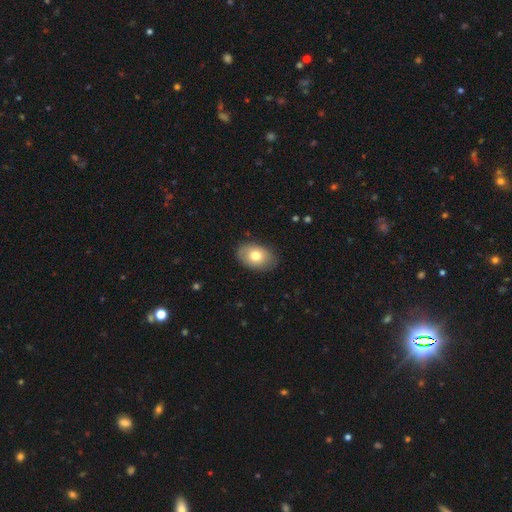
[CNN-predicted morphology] Smooth or featured: smooth — 75% (featured or disk — 18%)
How rounded: in between — 83% (round — 16%)
Merging: none — 84% (minor disturbance — 13%)